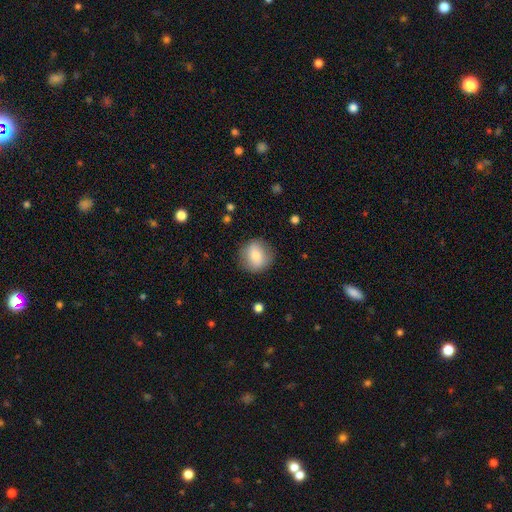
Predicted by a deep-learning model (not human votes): A smooth galaxy with no disk features (79%) that is round (83%). Merging: none (83%).